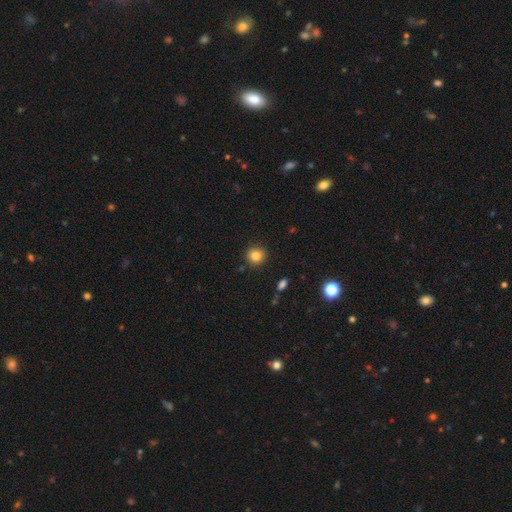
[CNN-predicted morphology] smooth-or-featured: smooth: 83% | star or artifact: 11% | featured or disk: 6%
  how-rounded: round: 91% | in between: 8% | cigar-shaped: 1%
  merging: none: 90% | minor disturbance: 7% | major disturbance: 2% | merger: 2%